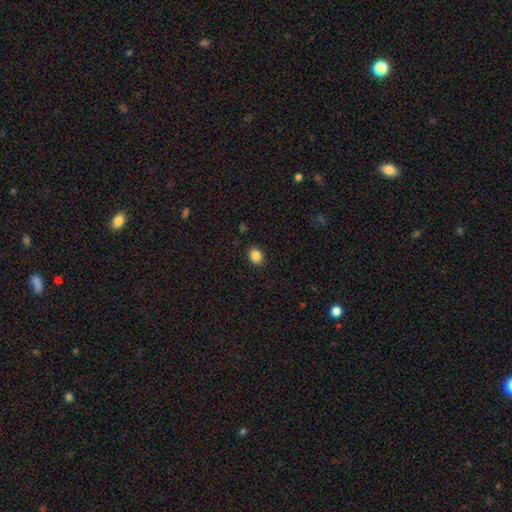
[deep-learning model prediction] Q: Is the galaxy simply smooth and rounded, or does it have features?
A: smooth — 86%.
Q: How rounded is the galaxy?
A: round — 61%.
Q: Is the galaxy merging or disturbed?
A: none — 90%.